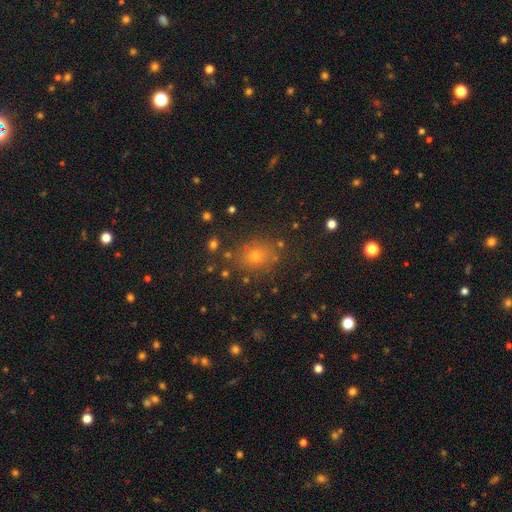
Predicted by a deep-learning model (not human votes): Smooth or featured?
  - smooth: 65% *
  - star or artifact: 25%
  - featured or disk: 10%
How rounded?
  - round: 62% *
  - in between: 36%
  - cigar-shaped: 1%
Merging?
  - none: 83% *
  - minor disturbance: 10%
  - major disturbance: 4%
  - merger: 4%